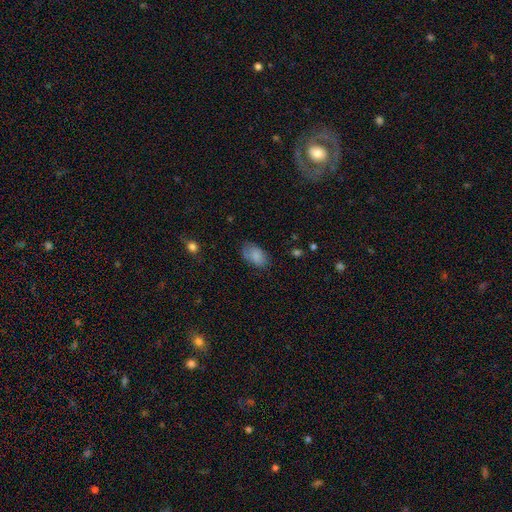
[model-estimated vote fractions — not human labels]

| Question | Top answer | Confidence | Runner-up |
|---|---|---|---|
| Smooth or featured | smooth | 82% | featured or disk (10%) |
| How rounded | in between | 91% | round (7%) |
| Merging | none | 68% | minor disturbance (23%) |